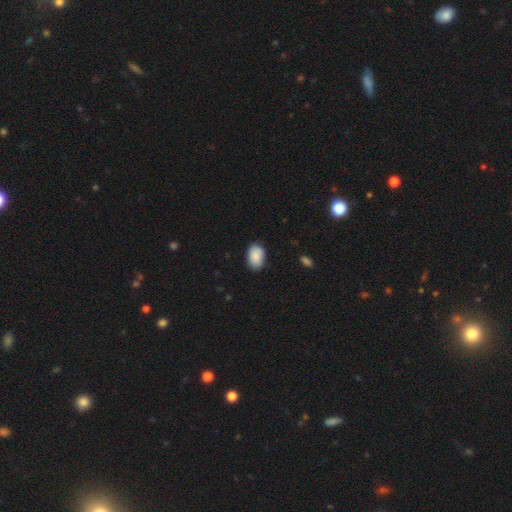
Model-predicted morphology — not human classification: Overall: smooth (88%). How rounded: in between (86%). Merging: none (83%).